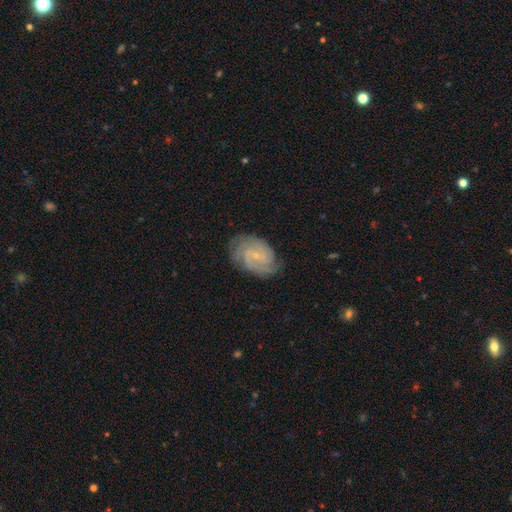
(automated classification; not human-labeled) Smooth or featured? Predicted: featured or disk (p=0.83). Edge-on disk? Predicted: no (p=0.97). Bar? Predicted: no (p=0.58). Spiral arms? Predicted: yes (p=0.96). Spiral winding? Predicted: tight (p=0.64). Spiral arm count? Predicted: can't tell (p=0.27). Bulge size? Predicted: small (p=0.80). Merging? Predicted: none (p=0.77).